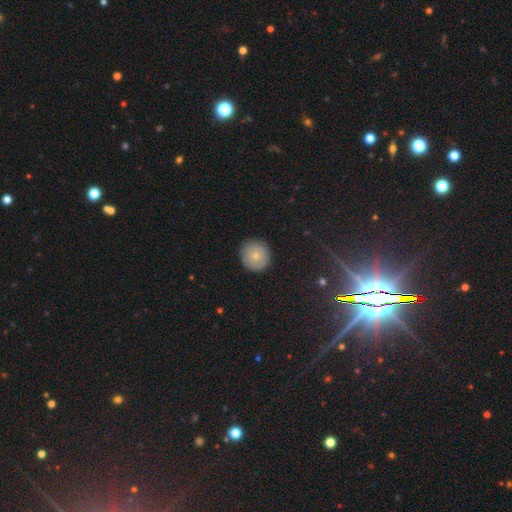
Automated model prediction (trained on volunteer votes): A smooth galaxy with no disk features (74%) that is round (93%).

Vote fractions:
- Smooth or featured? smooth: 74% / featured or disk: 17% / star or artifact: 9%
- How rounded? round: 93% / in between: 6% / cigar-shaped: 1%
- Merging? none: 89% / minor disturbance: 8% / major disturbance: 2% / merger: 1%